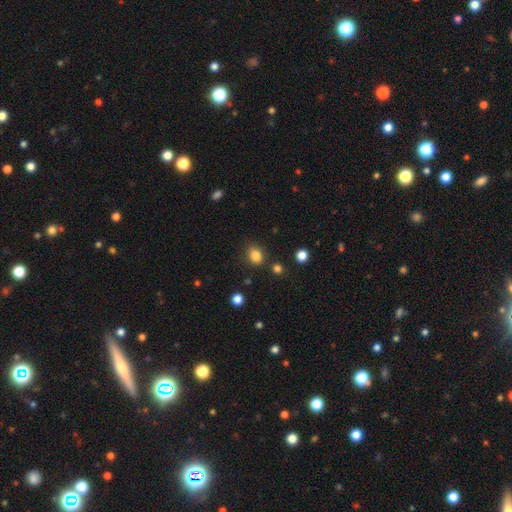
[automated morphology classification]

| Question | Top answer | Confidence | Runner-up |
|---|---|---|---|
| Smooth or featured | smooth | 84% | star or artifact (11%) |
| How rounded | in between | 55% | round (44%) |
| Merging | none | 79% | minor disturbance (12%) |